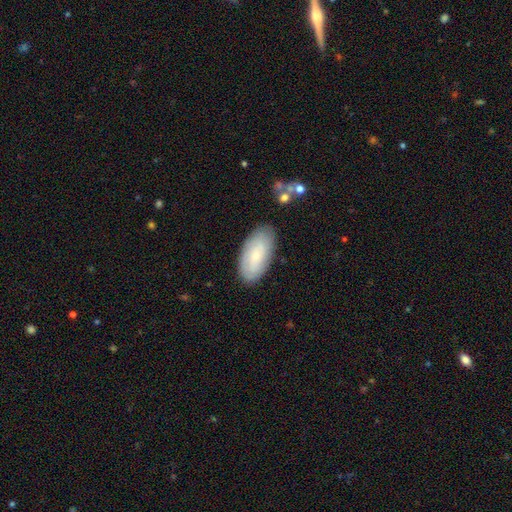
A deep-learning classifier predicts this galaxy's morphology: Smooth or featured? Predicted: smooth (p=0.59). How rounded? Predicted: in between (p=0.91). Merging? Predicted: none (p=0.82).